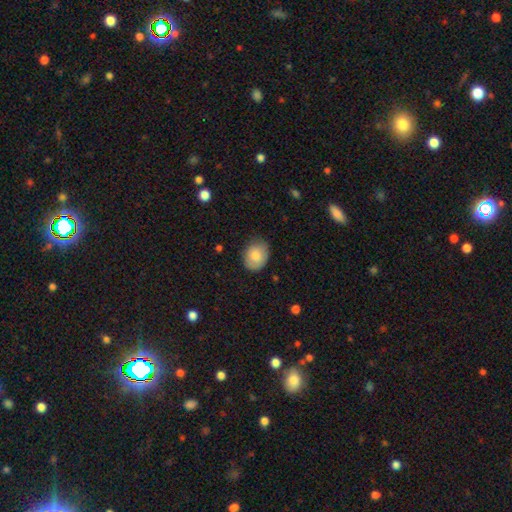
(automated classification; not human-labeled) smooth 82%, featured or disk 11%, star or artifact 7%. Down the decision tree: how rounded — in between (52%); merging — none (73%).